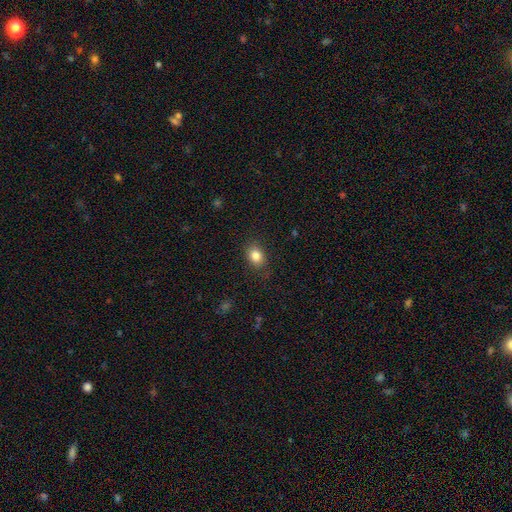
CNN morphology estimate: Overall: smooth (84%). How rounded: in between (63%; round 36%). Merging: none (84%).